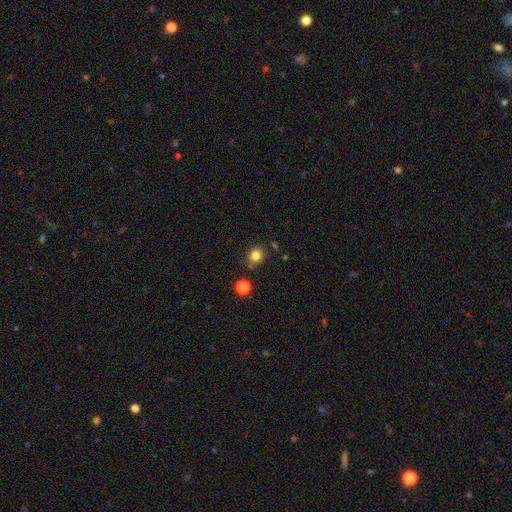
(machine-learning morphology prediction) Smooth or featured? Predicted: smooth (p=0.81). How rounded? Predicted: round (p=0.72). Merging? Predicted: none (p=0.77).